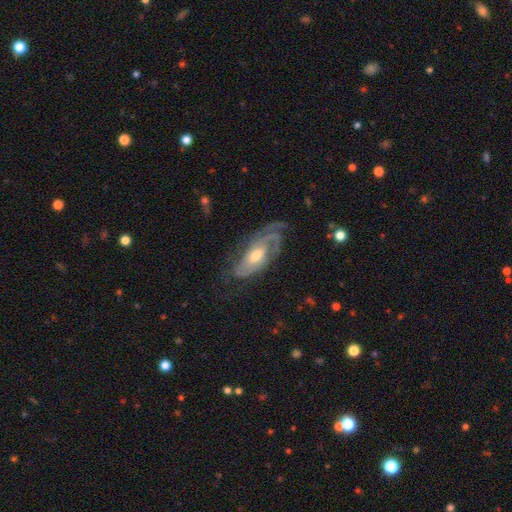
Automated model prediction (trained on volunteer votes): smooth-or-featured: featured or disk: 82% | smooth: 13% | star or artifact: 5%
  disk-edge-on: no: 92% | yes: 8%
    bar: no: 59% | weak: 31% | strong: 9%
    has-spiral-arms: yes: 93% | no: 7%
      spiral-winding: tight: 51% | medium: 36% | loose: 14%
      spiral-arm-count: 2: 31% | can't tell: 28% | 3: 16% | 1: 16% | 4: 5% | more than 4: 4%
    bulge-size: moderate: 69% | small: 20% | large: 8% | none: 1% | dominant: 1%
  merging: none: 57% | minor disturbance: 22% | major disturbance: 19% | merger: 2%